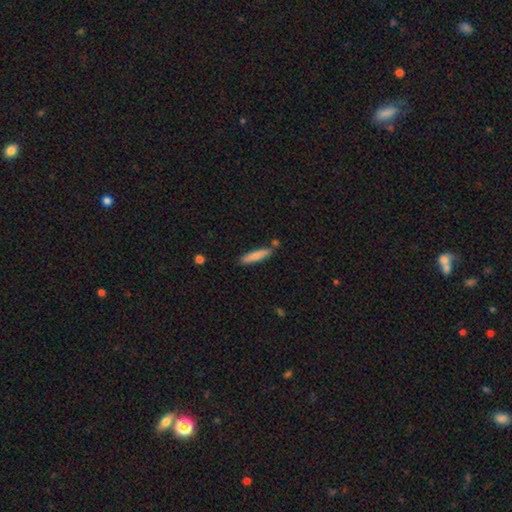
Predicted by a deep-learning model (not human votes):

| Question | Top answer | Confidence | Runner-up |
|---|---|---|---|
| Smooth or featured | smooth | 82% | featured or disk (12%) |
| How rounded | cigar-shaped | 87% | in between (12%) |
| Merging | none | 79% | minor disturbance (12%) |